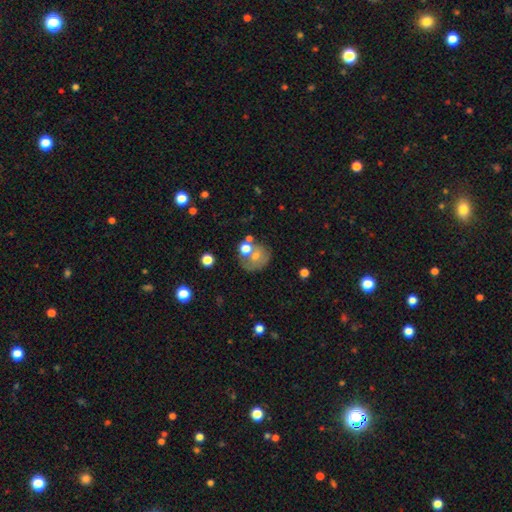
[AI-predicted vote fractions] A smooth galaxy with no disk features (52%) that is round (73%).

Vote fractions:
- Smooth or featured? smooth: 52% / featured or disk: 32% / star or artifact: 16%
- How rounded? round: 73% / in between: 26% / cigar-shaped: 1%
- Merging? none: 51% / merger: 19% / minor disturbance: 18% / major disturbance: 12%